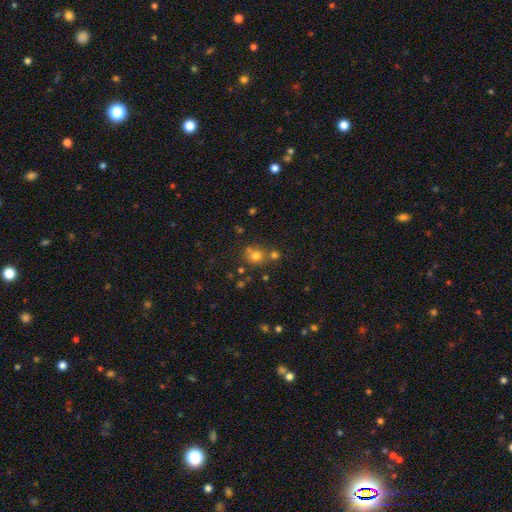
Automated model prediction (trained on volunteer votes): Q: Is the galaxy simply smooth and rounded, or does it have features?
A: smooth — 73%.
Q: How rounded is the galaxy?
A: round — 84%.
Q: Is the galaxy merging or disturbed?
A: none — 63%.